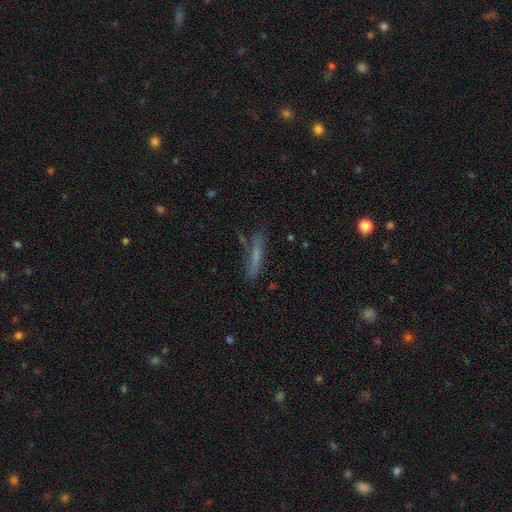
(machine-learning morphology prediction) The model was most divided on "smooth or featured": smooth: 62%, featured or disk: 28%, star or artifact: 10%. More confident: how rounded — cigar-shaped (87%); merging — none (69%).